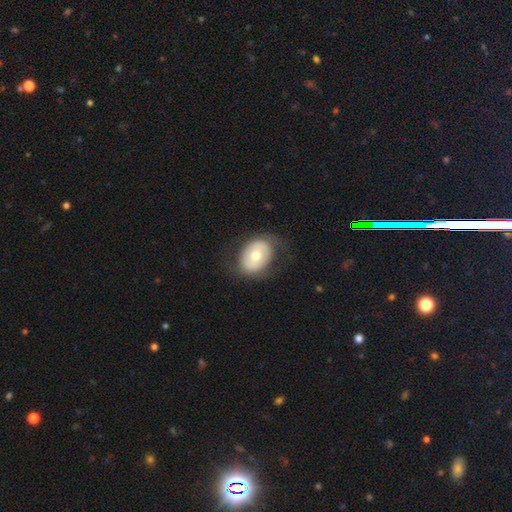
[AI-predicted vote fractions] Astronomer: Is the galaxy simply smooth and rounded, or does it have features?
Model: smooth — 54% (runner-up: featured or disk, 39%).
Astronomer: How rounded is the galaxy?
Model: in between — 69%.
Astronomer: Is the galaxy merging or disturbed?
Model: none — 72%.